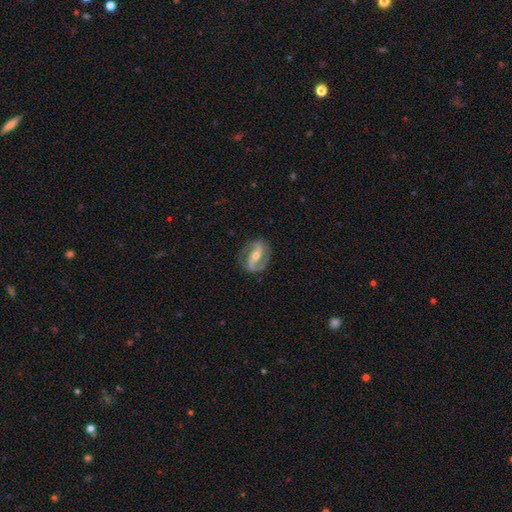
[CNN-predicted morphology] The model was most divided on "spiral winding": medium: 43%, loose: 37%, tight: 20%. More confident: edge-on disk — no (95%); spiral arms — yes (92%); spiral arm count — 2 (88%); smooth or featured — featured or disk (86%); merging — none (80%); bulge size — moderate (56%); bar — strong (52%).